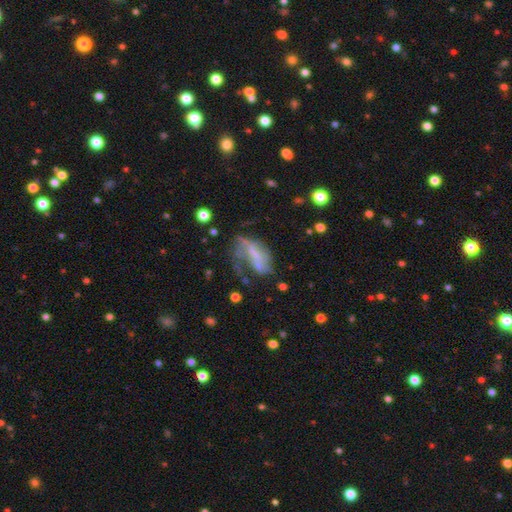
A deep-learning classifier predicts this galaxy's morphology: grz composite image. It shows a featured or disk galaxy (56%) with no bar (38%), no spiral arms (52%) and no central bulge (51%). Merging: major disturbance (44%).